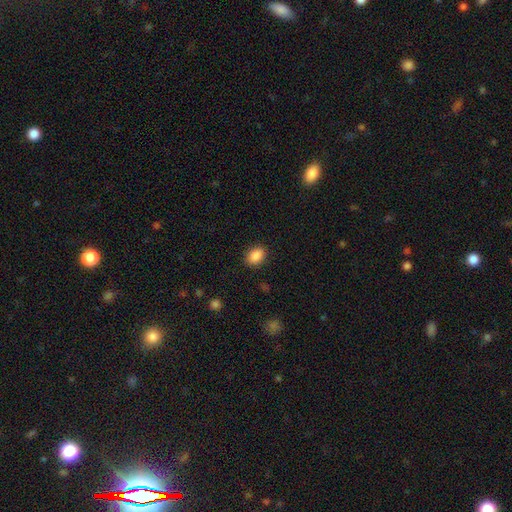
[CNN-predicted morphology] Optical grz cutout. It shows a smooth galaxy with no disk features (89%) that is in between round and cigar-shaped (78%). Merging: none (88%).